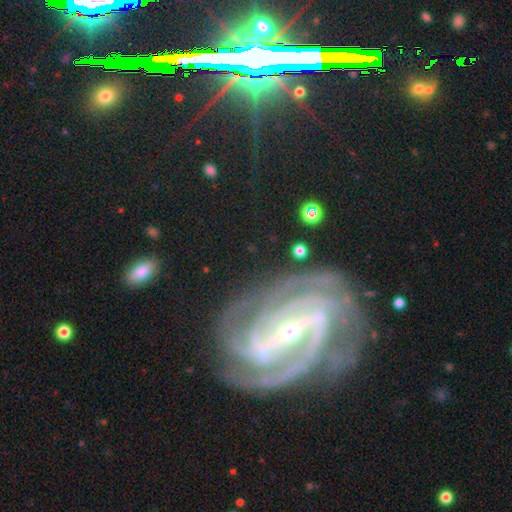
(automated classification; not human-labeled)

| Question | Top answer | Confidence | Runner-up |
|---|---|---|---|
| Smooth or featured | featured or disk | 88% | star or artifact (9%) |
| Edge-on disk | no | 96% | yes (4%) |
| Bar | strong | 66% | weak (24%) |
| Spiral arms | yes | 98% | no (2%) |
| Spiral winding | tight | 67% | medium (29%) |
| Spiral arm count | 2 | 32% | 3 (25%) |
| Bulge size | small | 69% | moderate (27%) |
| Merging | none | 76% | minor disturbance (16%) |